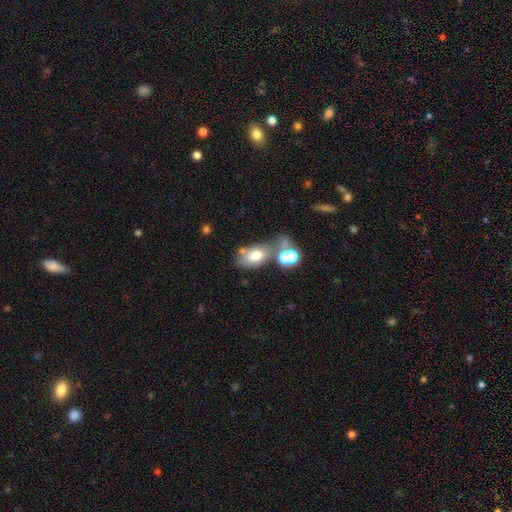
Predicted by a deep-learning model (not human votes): Morphology: type=smooth (65%); roundness=in between (86%); merging=none (38%).